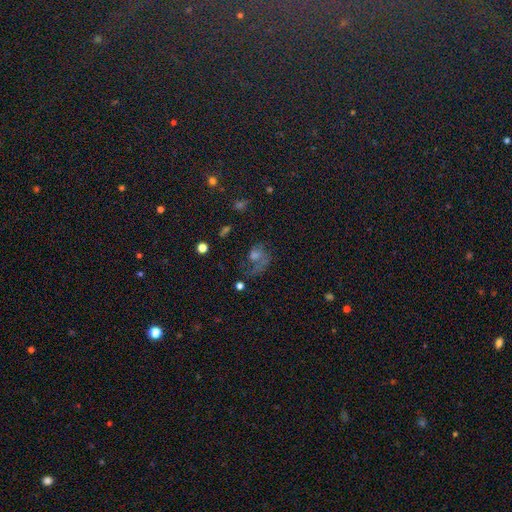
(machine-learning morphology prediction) smooth_or_featured: featured or disk (p=0.41) [alt: smooth p=0.32]
merging: major disturbance (p=0.44) [alt: none p=0.33]